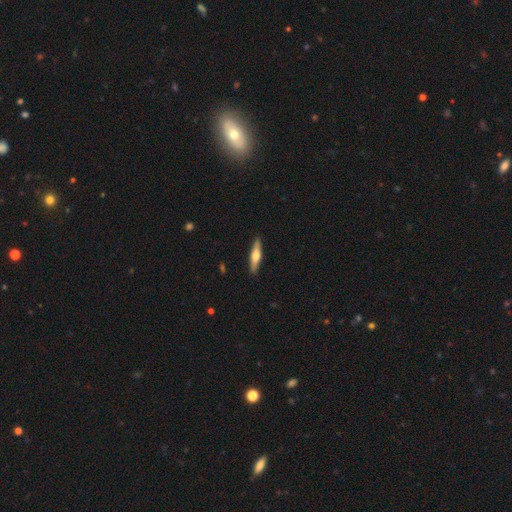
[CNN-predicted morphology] A featured or disk galaxy (52%) viewed edge-on (95%). Merging: none (89%).